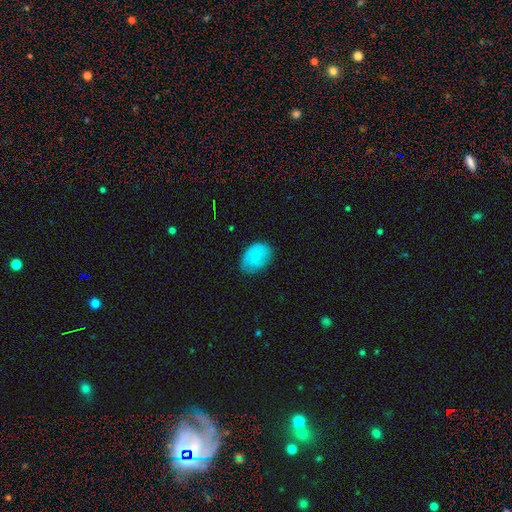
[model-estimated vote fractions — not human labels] Smooth or featured? Predicted: smooth (p=0.74). How rounded? Predicted: in between (p=0.77). Merging? Predicted: none (p=0.70).